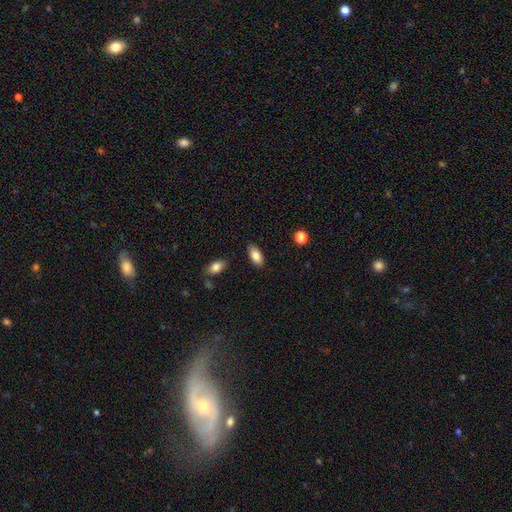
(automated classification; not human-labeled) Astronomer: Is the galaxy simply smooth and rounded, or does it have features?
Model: smooth — 85%.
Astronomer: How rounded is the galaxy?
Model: in between — 90%.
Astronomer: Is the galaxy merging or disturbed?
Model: none — 85%.